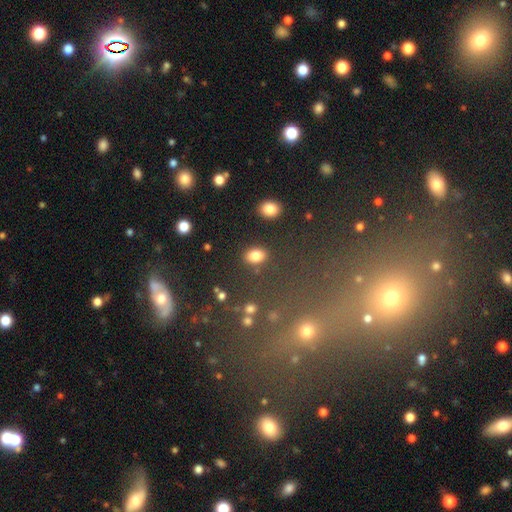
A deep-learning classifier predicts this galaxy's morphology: smooth_or_featured: smooth (p=0.84) [alt: star or artifact p=0.10]
how_rounded: in between (p=0.81) [alt: round p=0.18]
merging: none (p=0.83) [alt: minor disturbance p=0.10]